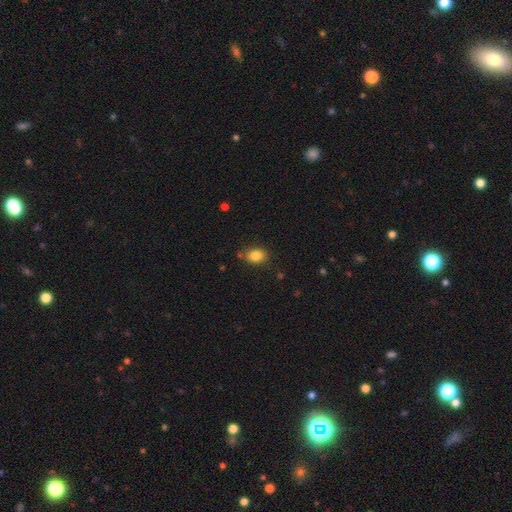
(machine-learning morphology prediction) A smooth galaxy with no disk features (84%) that is in between round and cigar-shaped (64%). Merging: none (80%).